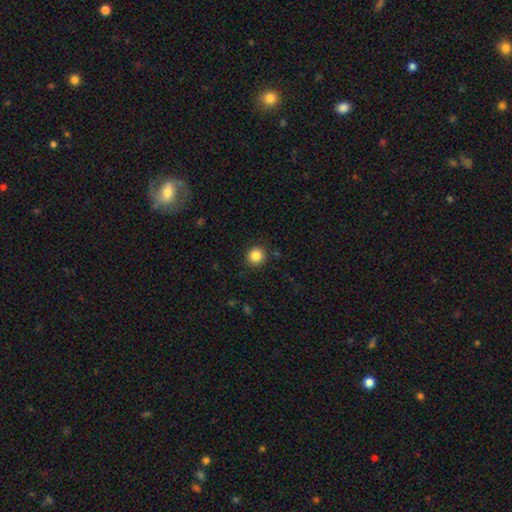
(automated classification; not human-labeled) A smooth galaxy with no disk features (85%) that is round (92%).

Vote fractions:
- Smooth or featured? smooth: 85% / star or artifact: 11% / featured or disk: 4%
- How rounded? round: 92% / in between: 7% / cigar-shaped: 1%
- Merging? none: 91% / minor disturbance: 6% / major disturbance: 2% / merger: 1%